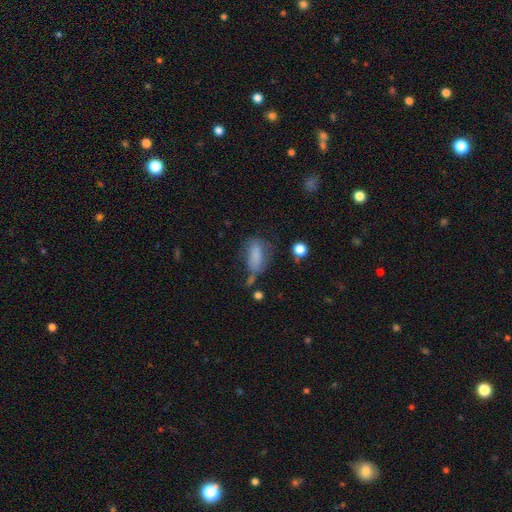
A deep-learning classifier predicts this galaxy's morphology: A smooth galaxy with no disk features (75%) that is in between round and cigar-shaped (86%).

Vote fractions:
- Smooth or featured? smooth: 75% / featured or disk: 14% / star or artifact: 11%
- How rounded? in between: 86% / cigar-shaped: 7% / round: 7%
- Merging? none: 40% / minor disturbance: 30% / major disturbance: 22% / merger: 8%